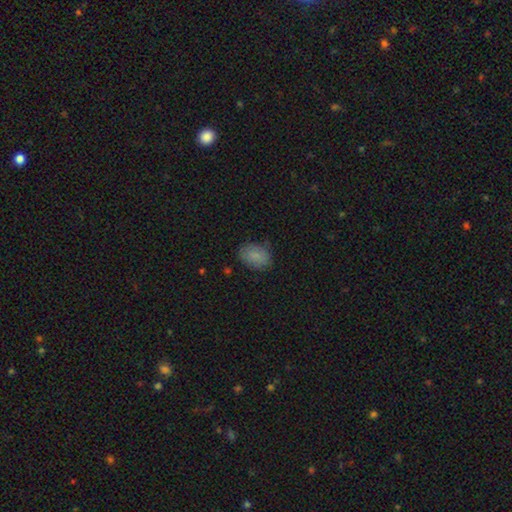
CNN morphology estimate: The model was most divided on "how rounded": in between: 75%, round: 24%, cigar-shaped: 1%. More confident: smooth or featured — smooth (84%); merging — none (77%).